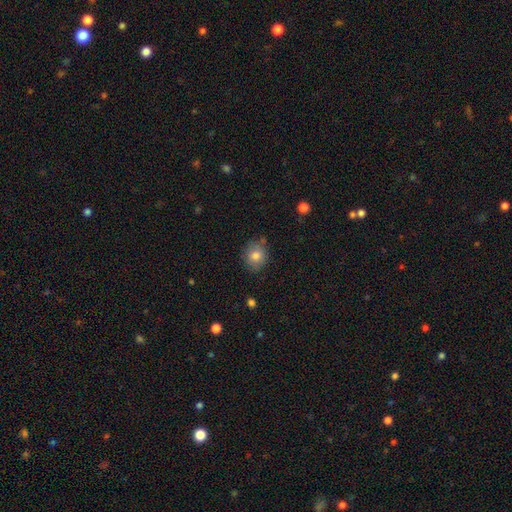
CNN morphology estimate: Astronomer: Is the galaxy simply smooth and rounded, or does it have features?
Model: smooth — 80%.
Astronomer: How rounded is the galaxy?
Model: round — 68%.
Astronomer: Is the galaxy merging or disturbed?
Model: none — 80%.